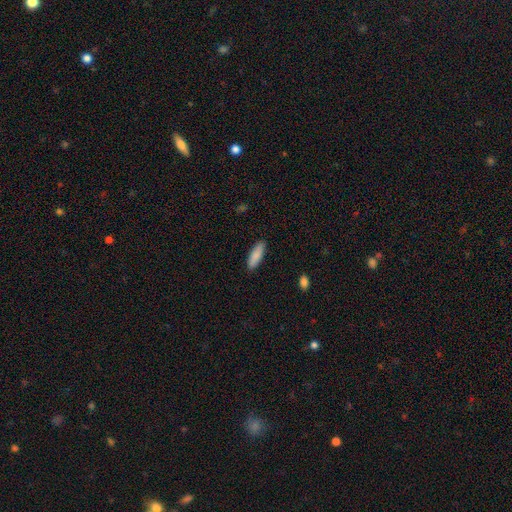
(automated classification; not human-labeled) A smooth galaxy with no disk features (87%) that is cigar-shaped (50%). Merging: none (89%).